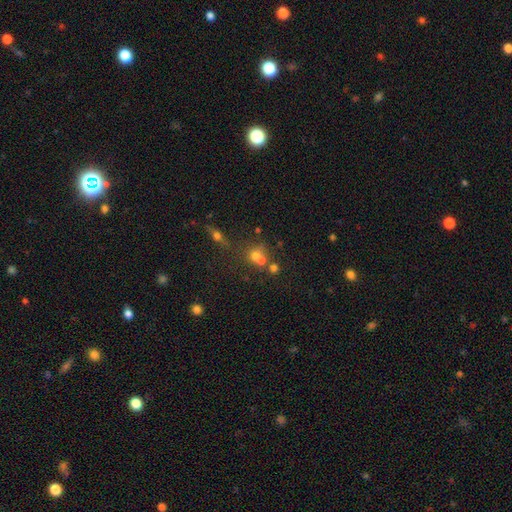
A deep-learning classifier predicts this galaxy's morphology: Q: Smooth or featured?
A: smooth (58%); runner-up: featured or disk (22%)
Q: How rounded?
A: round (80%); runner-up: in between (18%)
Q: Merging?
A: merger (49%); runner-up: none (38%)